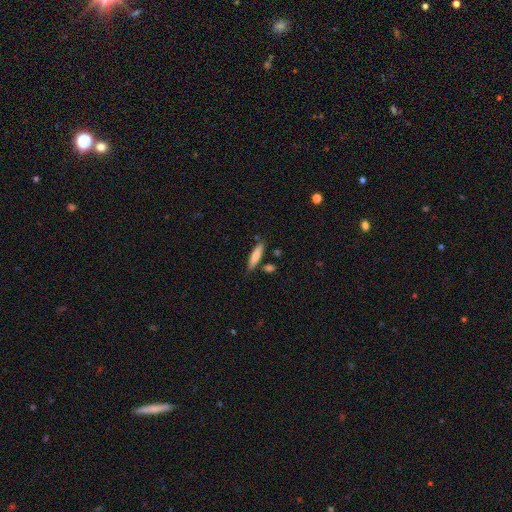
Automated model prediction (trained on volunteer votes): Smooth or featured?
  - smooth: 78% *
  - featured or disk: 16%
  - star or artifact: 6%
How rounded?
  - cigar-shaped: 74% *
  - in between: 24%
  - round: 2%
Merging?
  - none: 79% *
  - minor disturbance: 13%
  - merger: 6%
  - major disturbance: 2%